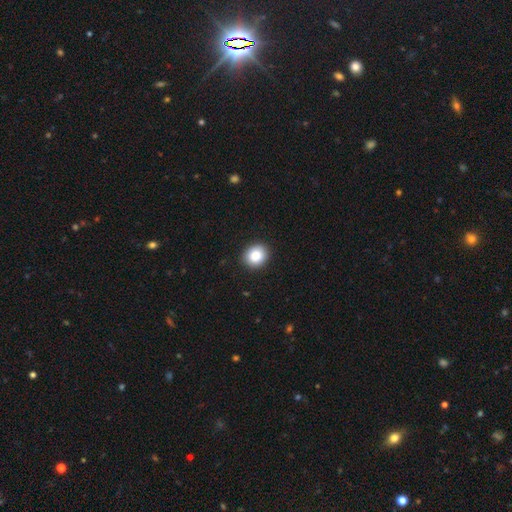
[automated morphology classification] smooth 86%, star or artifact 9%, featured or disk 6%. Down the decision tree: how rounded — round (74%); merging — none (91%).